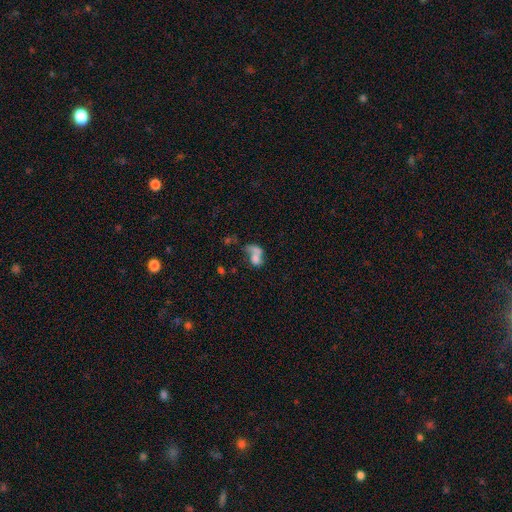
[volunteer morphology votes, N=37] type=smooth (76%); roundness=in between (64%); merging=merger (76%).